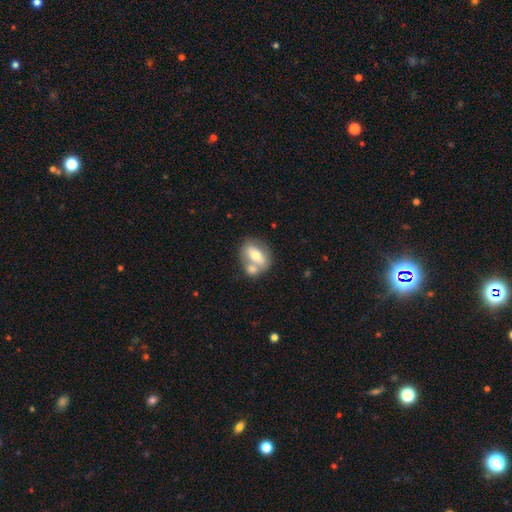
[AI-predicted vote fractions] Q: Smooth or featured?
A: smooth (58%); runner-up: featured or disk (35%)
Q: How rounded?
A: in between (75%); runner-up: round (21%)
Q: Merging?
A: merger (46%); runner-up: none (38%)